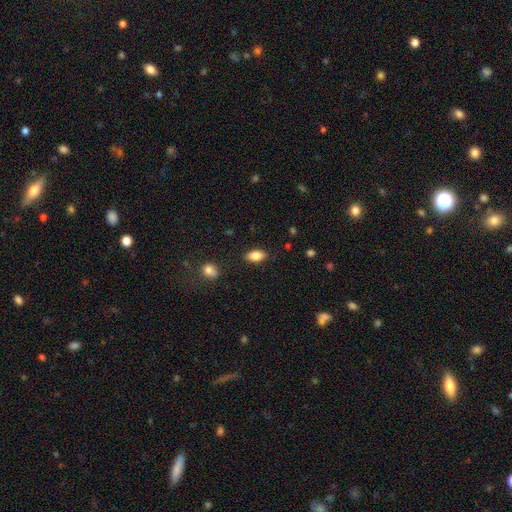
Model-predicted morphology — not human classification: type=smooth (83%); roundness=in between (90%); merging=none (85%).